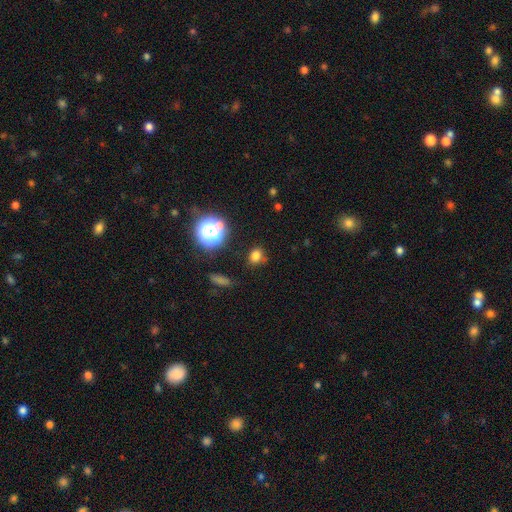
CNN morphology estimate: This appears to be a smooth galaxy with no disk features (72%) that is round (58%). Merging: none (78%).